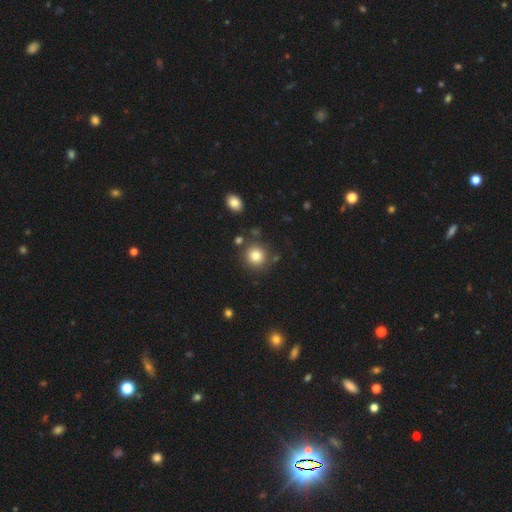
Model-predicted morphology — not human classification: Smooth or featured? Predicted: smooth (p=0.81). How rounded? Predicted: round (p=0.91). Merging? Predicted: none (p=0.83).